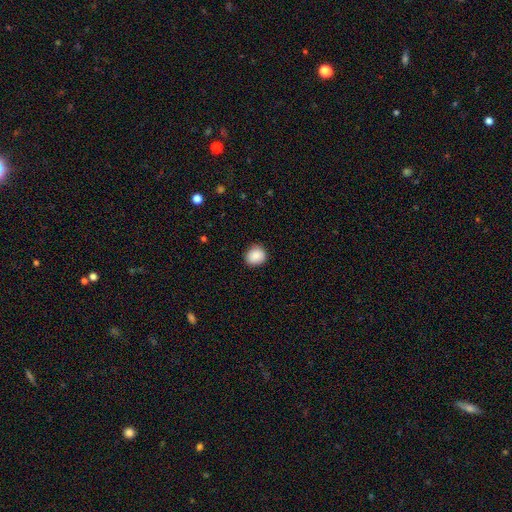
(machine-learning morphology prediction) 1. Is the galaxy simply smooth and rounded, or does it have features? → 88% smooth, 8% star or artifact, 4% featured or disk.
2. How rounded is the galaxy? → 80% round, 19% in between, 1% cigar-shaped.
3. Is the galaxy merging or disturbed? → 87% none, 10% minor disturbance, 2% major disturbance, 1% merger.